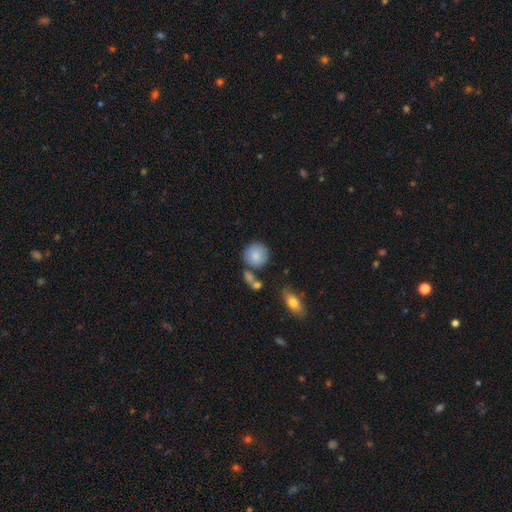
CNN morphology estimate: Smooth or featured? smooth (83%)
How rounded? round (91%)
Merging? none (70%)